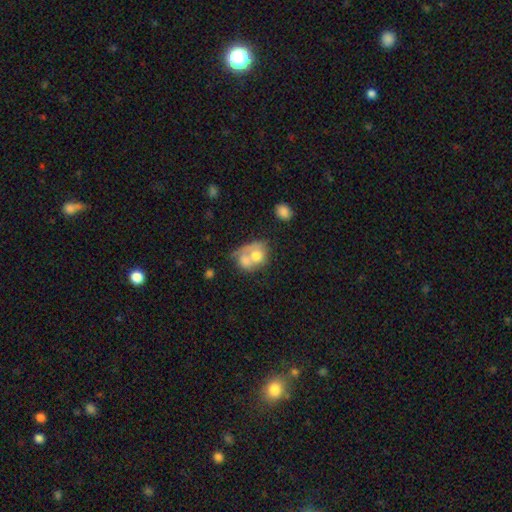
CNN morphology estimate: smooth 63%, featured or disk 29%, star or artifact 8%. Down the decision tree: how rounded — round (50%); merging — merger (61%).